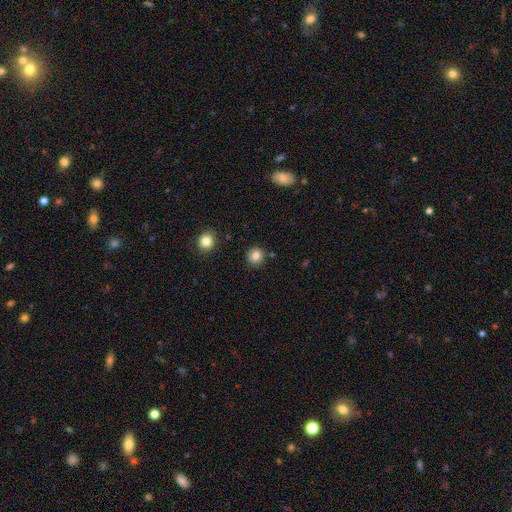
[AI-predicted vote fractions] Smooth or featured? smooth (84%)
How rounded? round (88%)
Merging? none (87%)